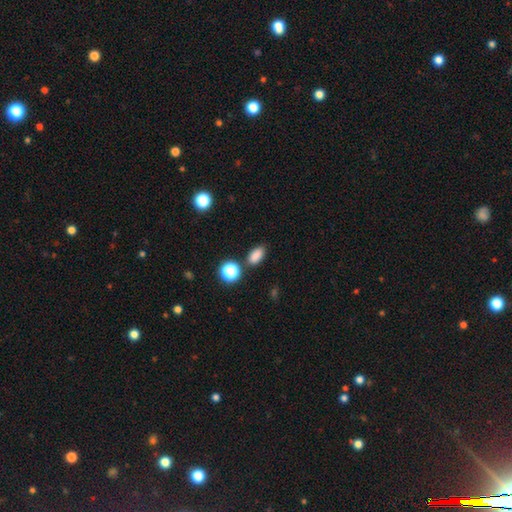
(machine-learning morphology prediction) A smooth galaxy with no disk features (84%) that is in between round and cigar-shaped (84%). Merging: none (79%).